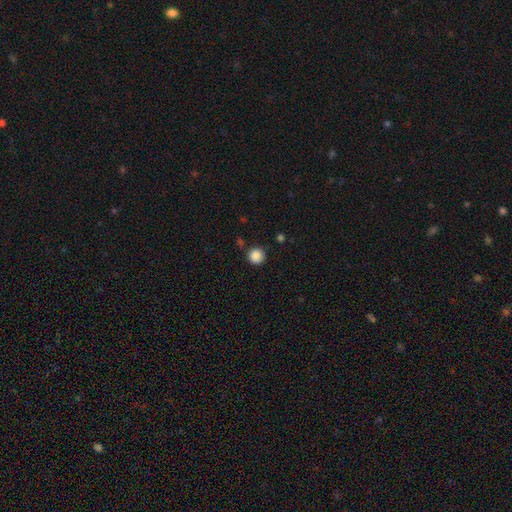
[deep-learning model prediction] smooth_or_featured: smooth (p=0.87) [alt: star or artifact p=0.10]
how_rounded: round (p=0.95) [alt: in between p=0.04]
merging: none (p=0.84) [alt: minor disturbance p=0.09]